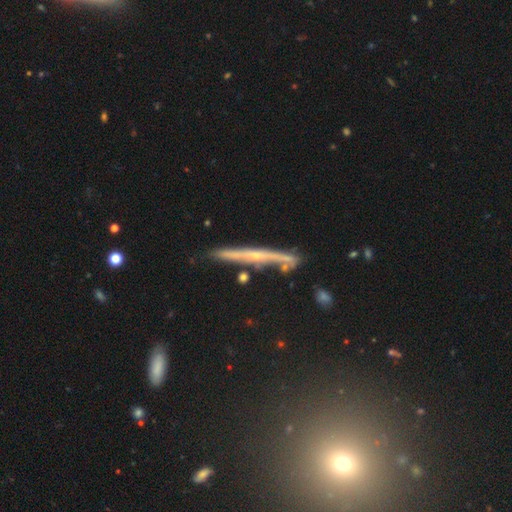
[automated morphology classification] Smooth or featured: featured or disk — 74% (smooth — 18%)
Edge-on disk: yes — 93% (no — 7%)
Edge-on bulge: rounded — 61% (none — 35%)
Merging: none — 74% (minor disturbance — 17%)